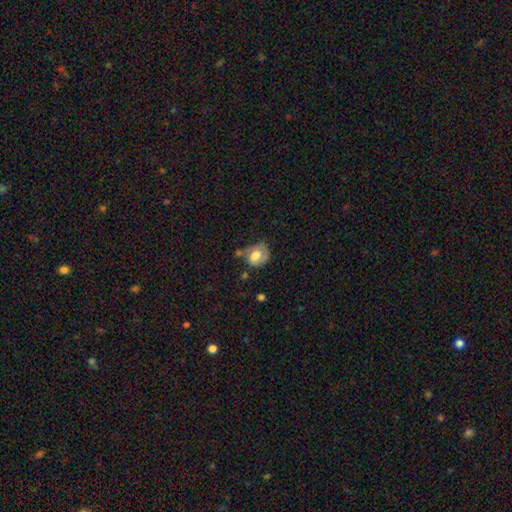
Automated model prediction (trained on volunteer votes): Q: Smooth or featured?
A: smooth (59%); runner-up: featured or disk (34%)
Q: How rounded?
A: round (52%); runner-up: in between (47%)
Q: Merging?
A: none (39%); runner-up: minor disturbance (32%)